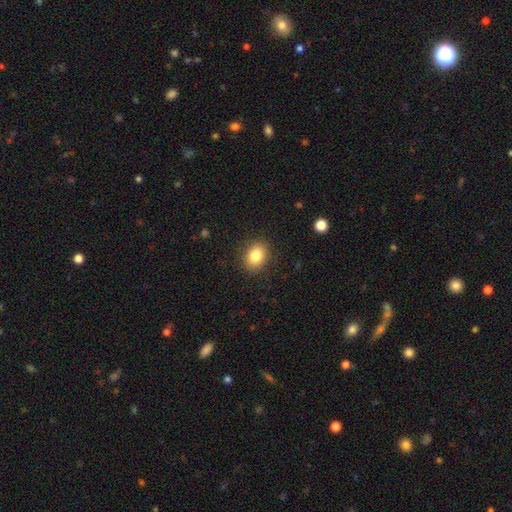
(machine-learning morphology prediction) smooth_or_featured: smooth (p=0.83) [alt: star or artifact p=0.10]
how_rounded: in between (p=0.55) [alt: round p=0.45]
merging: none (p=0.88) [alt: minor disturbance p=0.08]